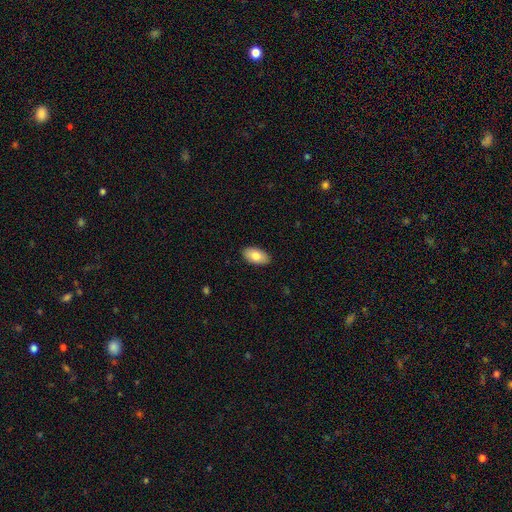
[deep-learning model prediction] smooth_or_featured: smooth (p=0.81) [alt: featured or disk p=0.12]
how_rounded: in between (p=0.95) [alt: round p=0.03]
merging: none (p=0.89) [alt: minor disturbance p=0.08]